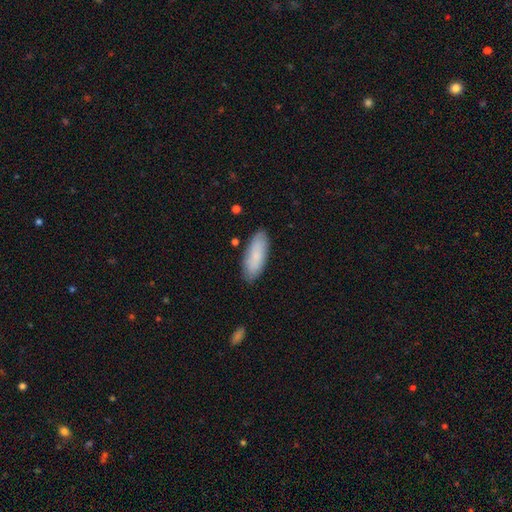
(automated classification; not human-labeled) Smooth or featured? smooth (81%)
How rounded? in between (71%)
Merging? none (85%)